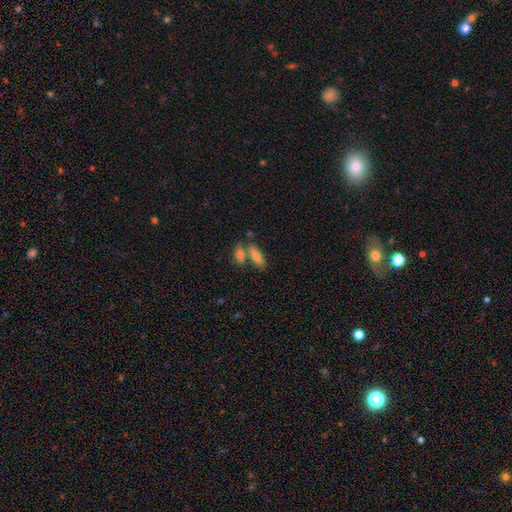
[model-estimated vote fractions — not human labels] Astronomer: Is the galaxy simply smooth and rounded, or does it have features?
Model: smooth — 76%.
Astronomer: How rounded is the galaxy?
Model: in between — 66%.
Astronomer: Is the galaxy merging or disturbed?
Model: none — 47% (runner-up: merger, 40%).